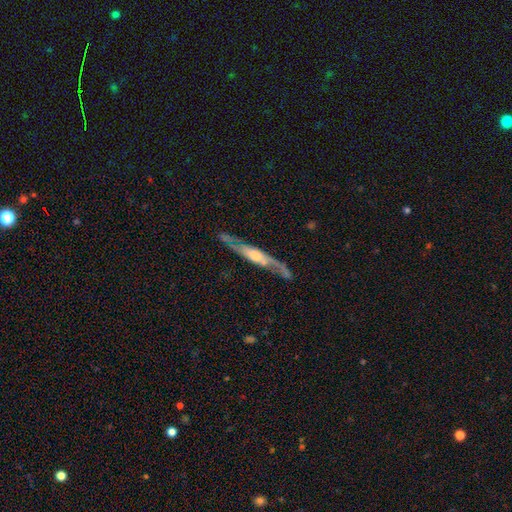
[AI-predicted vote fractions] featured or disk 78%, smooth 17%, star or artifact 5%. Down the decision tree: edge-on disk — yes (70%); edge-on bulge — rounded (71%); merging — none (75%).